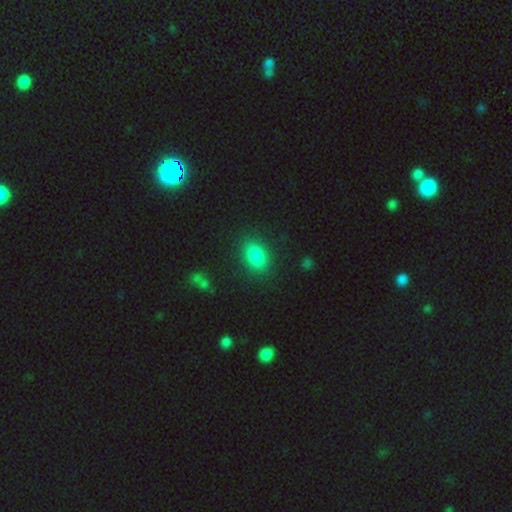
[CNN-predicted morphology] Smooth or featured: smooth — 86% (star or artifact — 10%)
How rounded: in between — 80% (round — 18%)
Merging: none — 86% (minor disturbance — 9%)